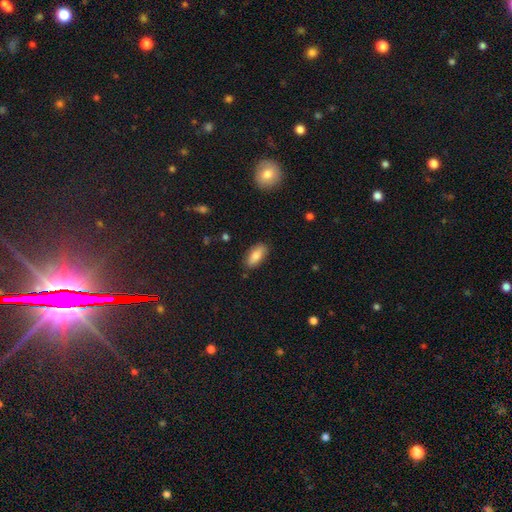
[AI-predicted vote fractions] This is clearly a smooth galaxy (81%). How rounded: clearly in between (85%). Merging: clearly none (86%).